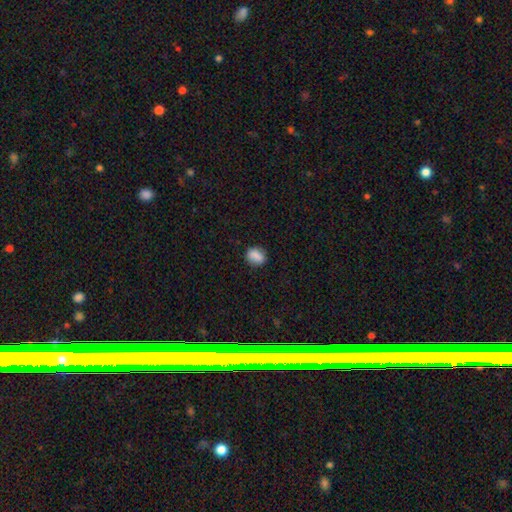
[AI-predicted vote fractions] This appears to be a smooth galaxy with no disk features (85%) that is in between round and cigar-shaped (54%). Merging: none (83%).